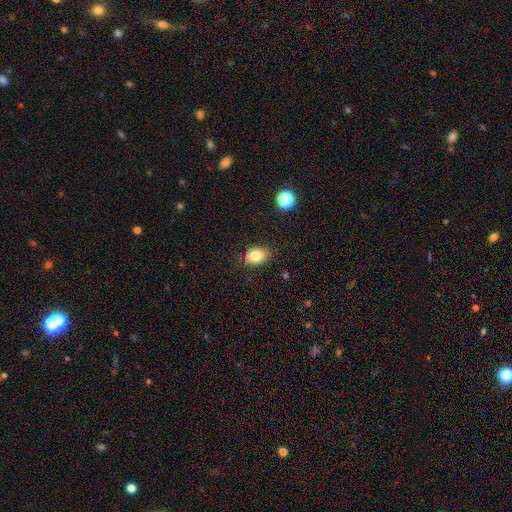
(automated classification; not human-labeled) Morphology: type=smooth (82%); roundness=in between (80%); merging=none (83%).